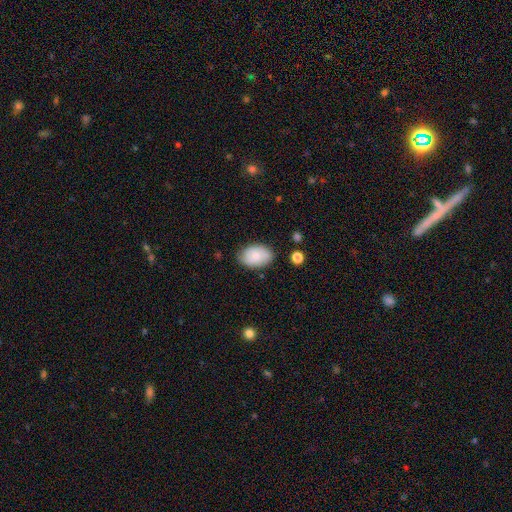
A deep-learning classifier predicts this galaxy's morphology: type=smooth (68%); roundness=in between (87%); merging=none (76%).